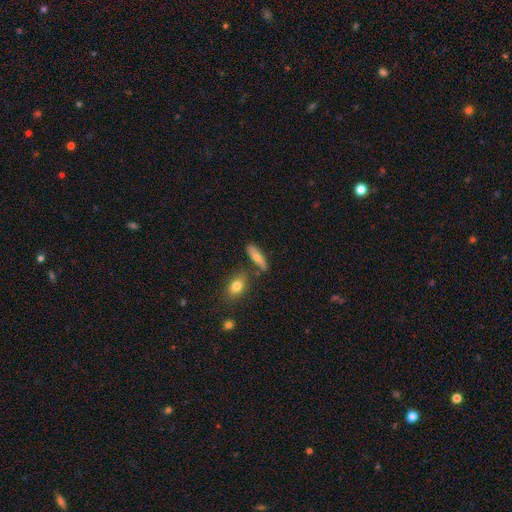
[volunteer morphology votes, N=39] This appears to be a smooth galaxy with no disk features (56%) that is cigar-shaped (82%). Merging: none (71%).